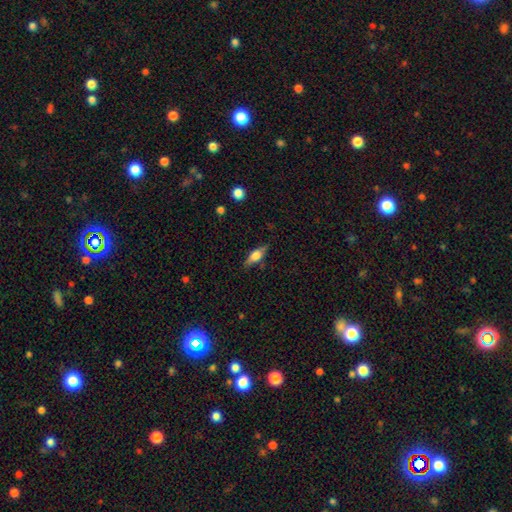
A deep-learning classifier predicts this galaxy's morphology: This appears to be a featured or disk galaxy (49%). Merging: none (82%).